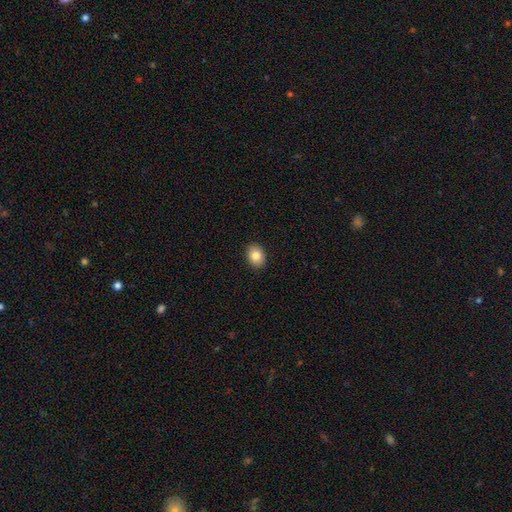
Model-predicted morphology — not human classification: Smooth or featured? Predicted: smooth (p=0.83). How rounded? Predicted: in between (p=0.59). Merging? Predicted: none (p=0.91).